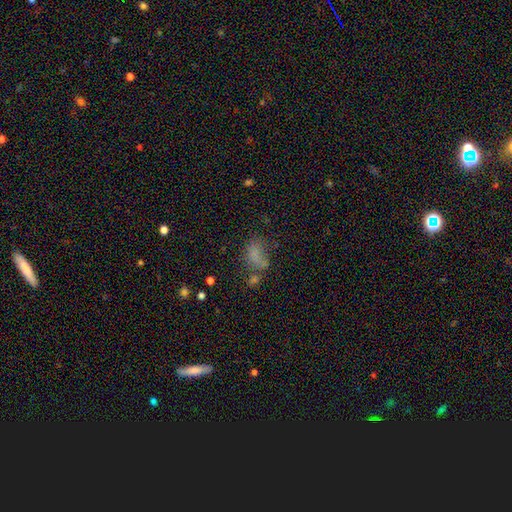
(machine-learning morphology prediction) A smooth galaxy with no disk features (65%) that is in between round and cigar-shaped (83%).

Vote fractions:
- Smooth or featured? smooth: 65% / star or artifact: 19% / featured or disk: 16%
- How rounded? in between: 83% / round: 14% / cigar-shaped: 3%
- Merging? none: 38% / minor disturbance: 21% / major disturbance: 21% / merger: 20%